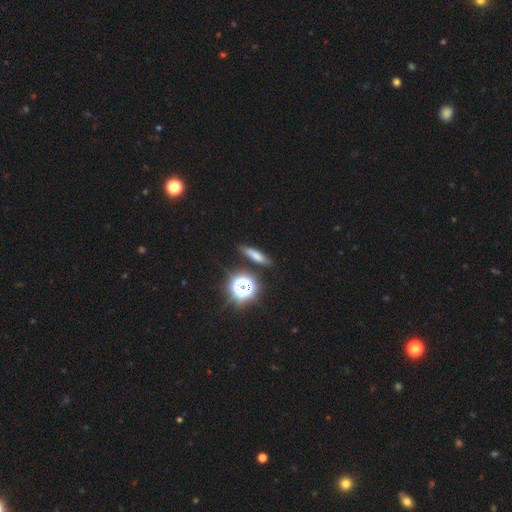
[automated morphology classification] This appears to be a smooth galaxy with no disk features (60%) that is cigar-shaped (64%). Merging: none (82%).